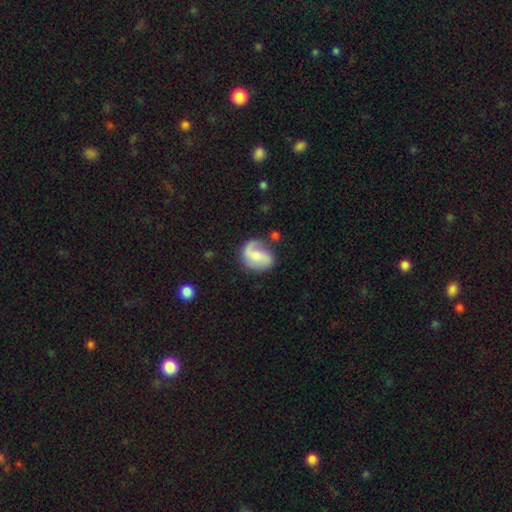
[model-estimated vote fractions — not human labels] The model was most divided on "bulge size": small: 43%, moderate: 37%, none: 13%, large: 5%, dominant: 2%. Remaining: edge-on disk — no (97%); spiral arms — yes (89%); smooth or featured — featured or disk (61%); spiral arm count — 2 (60%); merging — none (57%); bar — no (49%); spiral winding — loose (45%).